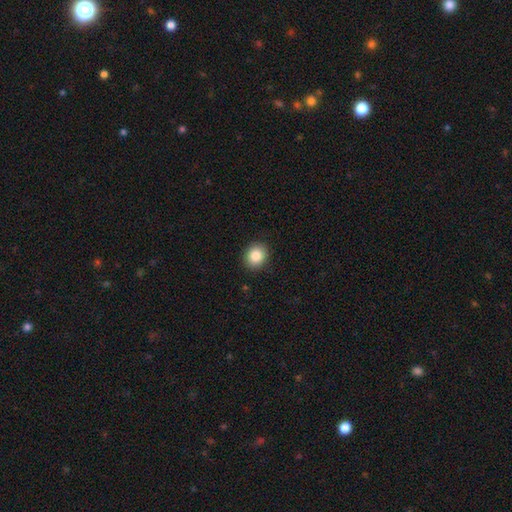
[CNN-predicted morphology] This appears to be a smooth galaxy with no disk features (85%) that is round (75%). Merging: none (90%).